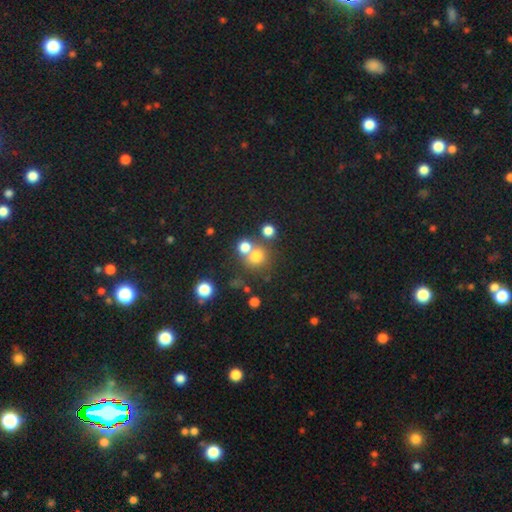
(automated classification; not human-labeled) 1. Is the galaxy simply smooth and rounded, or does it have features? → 71% smooth, 19% star or artifact, 10% featured or disk.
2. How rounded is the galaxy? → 86% round, 13% in between, 1% cigar-shaped.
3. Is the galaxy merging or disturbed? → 58% none, 29% merger, 9% minor disturbance, 4% major disturbance.